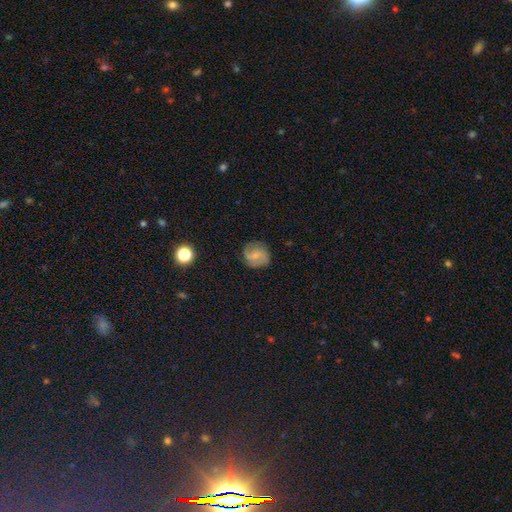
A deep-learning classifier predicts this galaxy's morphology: A featured or disk galaxy (54%) with a weak bar (45%), spiral arms (88%) and a small central bulge (61%).

Vote fractions:
- Smooth or featured? featured or disk: 54% / smooth: 38% / star or artifact: 8%
- Edge-on disk? no: 98% / yes: 2%
- Bar? weak: 45% / no: 44% / strong: 11%
- Spiral arms? yes: 88% / no: 12%
- Bulge size? small: 61% / moderate: 25% / none: 12% / large: 2% / dominant: 1%
- Merging? none: 79% / minor disturbance: 15% / major disturbance: 5% / merger: 1%